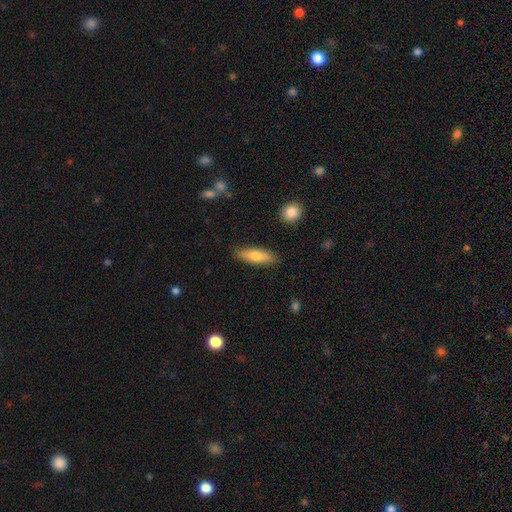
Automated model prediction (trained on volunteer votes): smooth-or-featured: smooth: 75% | featured or disk: 19% | star or artifact: 6%
  how-rounded: cigar-shaped: 49% | in between: 48% | round: 2%
  merging: none: 86% | minor disturbance: 10% | major disturbance: 2% | merger: 2%